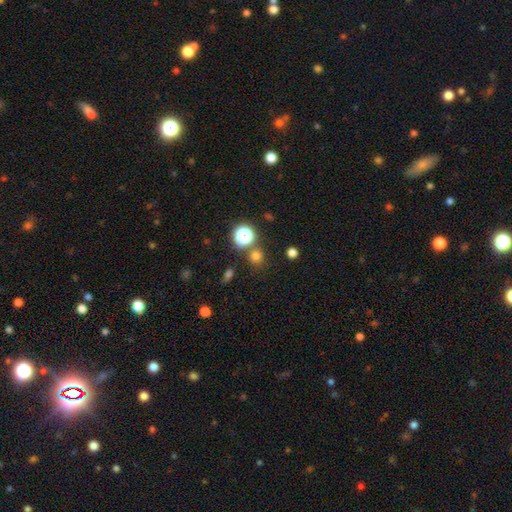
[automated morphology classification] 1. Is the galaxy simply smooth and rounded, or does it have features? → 71% smooth, 23% star or artifact, 6% featured or disk.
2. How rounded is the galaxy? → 89% round, 10% in between, 1% cigar-shaped.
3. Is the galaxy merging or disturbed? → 77% none, 11% merger, 8% minor disturbance, 4% major disturbance.